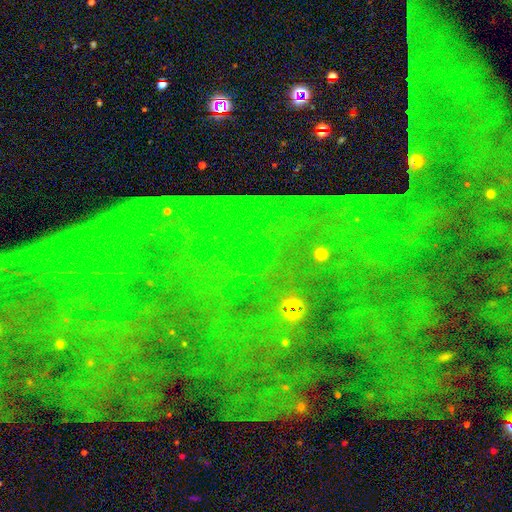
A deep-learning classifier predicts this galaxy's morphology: Smooth or featured? star or artifact (84%)